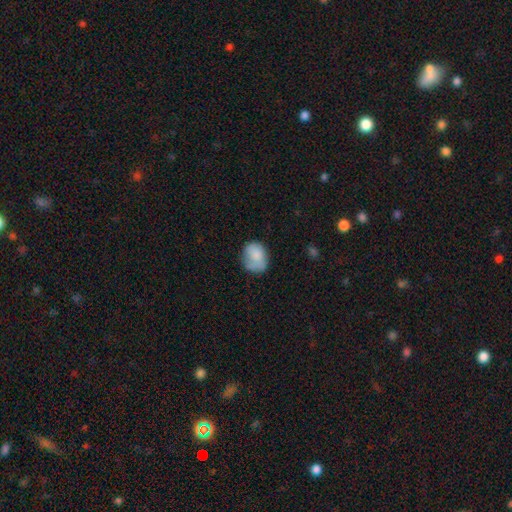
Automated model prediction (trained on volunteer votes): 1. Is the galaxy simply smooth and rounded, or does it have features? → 76% smooth, 16% featured or disk, 8% star or artifact.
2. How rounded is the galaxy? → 53% in between, 46% round, 1% cigar-shaped.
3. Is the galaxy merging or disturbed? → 49% none, 32% minor disturbance, 16% major disturbance, 3% merger.